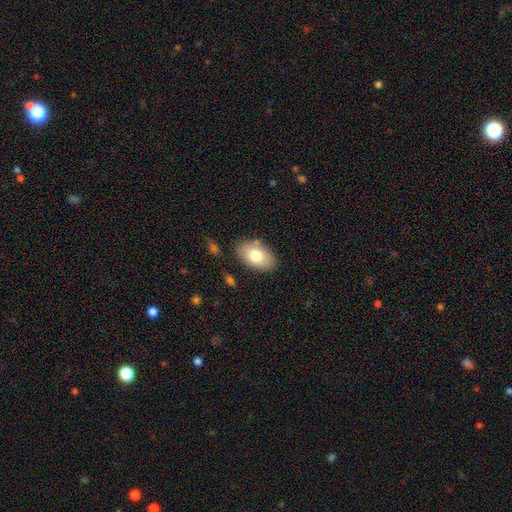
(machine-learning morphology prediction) Overall: smooth (76%). How rounded: in between (92%). Merging: none (82%).